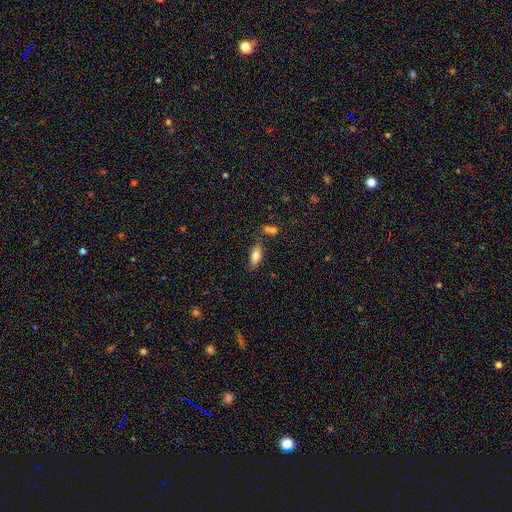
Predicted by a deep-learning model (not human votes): This is likely a smooth galaxy (78%). How rounded: likely in between (78%). Merging: likely none (74%).